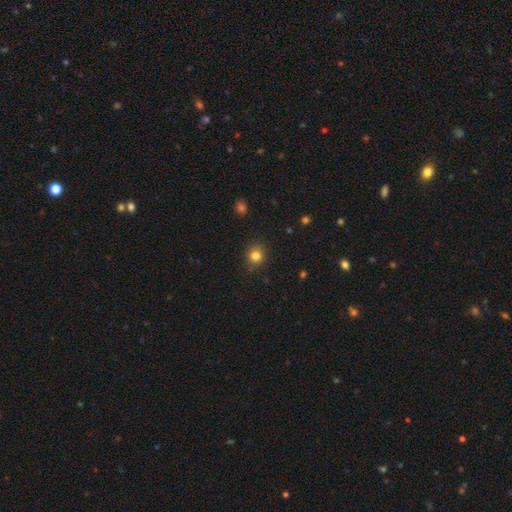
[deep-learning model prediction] A smooth galaxy with no disk features (82%) that is round (85%). Merging: none (88%).